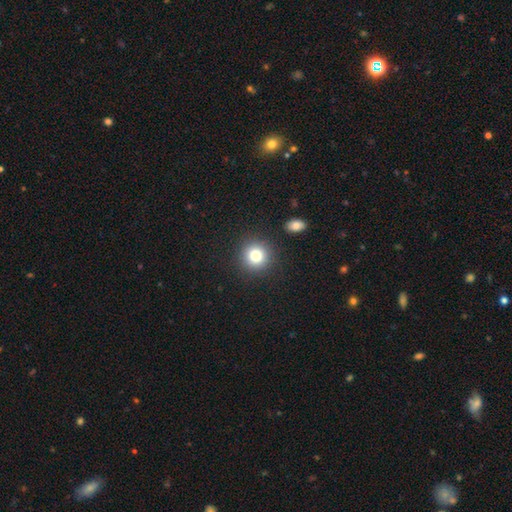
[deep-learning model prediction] The model was most divided on "smooth or featured": smooth: 80%, star or artifact: 12%, featured or disk: 8%. More confident: how rounded — round (93%); merging — none (88%).